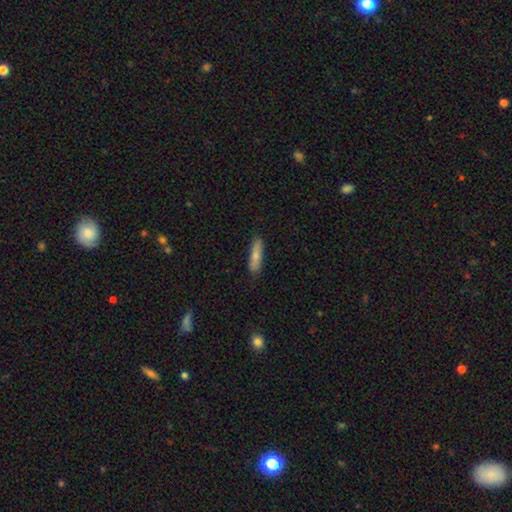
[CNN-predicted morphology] smooth-or-featured: smooth: 72% | featured or disk: 22% | star or artifact: 6%
  how-rounded: cigar-shaped: 69% | in between: 29% | round: 2%
  merging: none: 83% | minor disturbance: 13% | major disturbance: 2% | merger: 1%